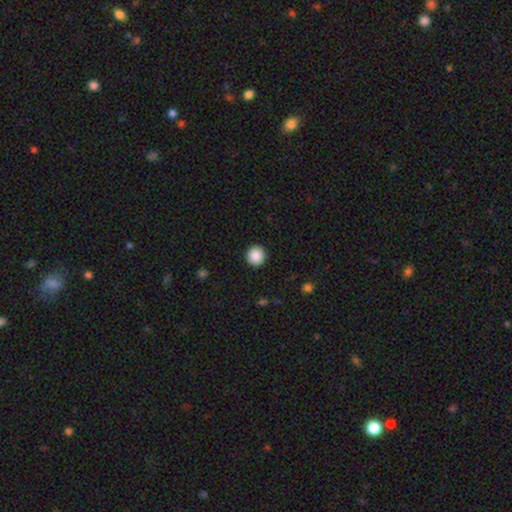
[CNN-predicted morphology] Q: Smooth or featured?
A: smooth (88%); runner-up: star or artifact (8%)
Q: How rounded?
A: round (94%); runner-up: in between (5%)
Q: Merging?
A: none (93%); runner-up: minor disturbance (5%)